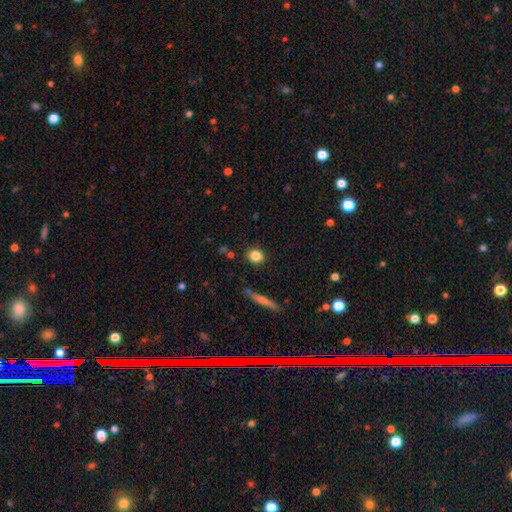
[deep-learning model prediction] A smooth galaxy with no disk features (82%) that is round (76%).

Vote fractions:
- Smooth or featured? smooth: 82% / star or artifact: 10% / featured or disk: 8%
- How rounded? round: 76% / in between: 22% / cigar-shaped: 3%
- Merging? none: 87% / minor disturbance: 8% / major disturbance: 2% / merger: 2%